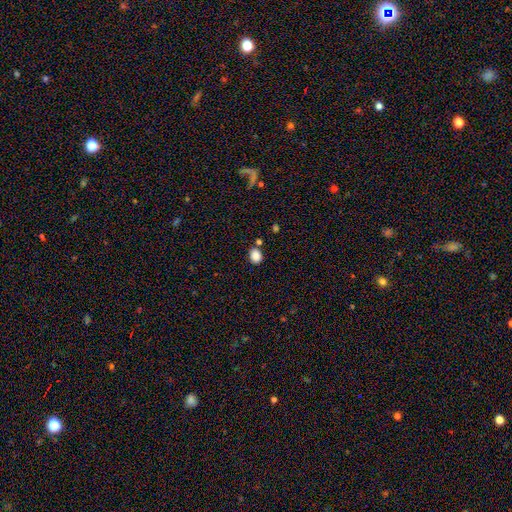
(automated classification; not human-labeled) This appears to be a smooth galaxy with no disk features (86%) that is in between round and cigar-shaped (50%). Merging: none (77%).